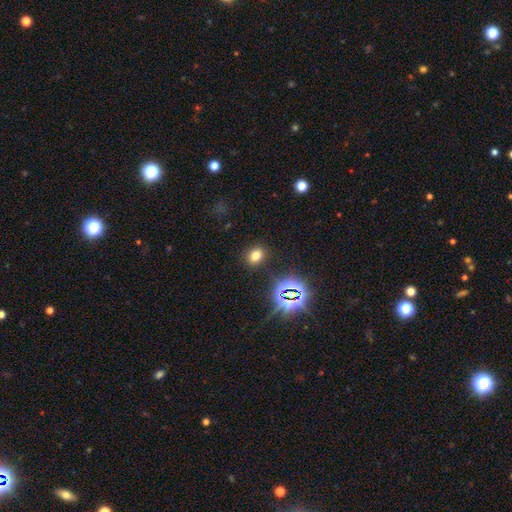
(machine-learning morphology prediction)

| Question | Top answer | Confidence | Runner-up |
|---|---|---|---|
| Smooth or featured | smooth | 68% | star or artifact (24%) |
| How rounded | in between | 58% | round (41%) |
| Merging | none | 86% | minor disturbance (9%) |